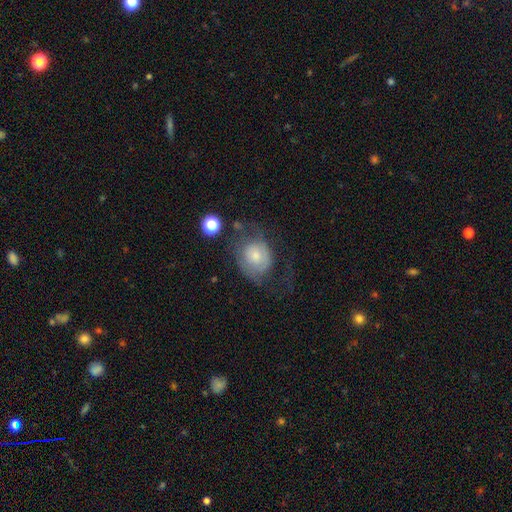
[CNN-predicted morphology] smooth-or-featured: smooth: 48% | featured or disk: 43% | star or artifact: 9%
  merging: major disturbance: 36% | none: 34% | minor disturbance: 26% | merger: 4%